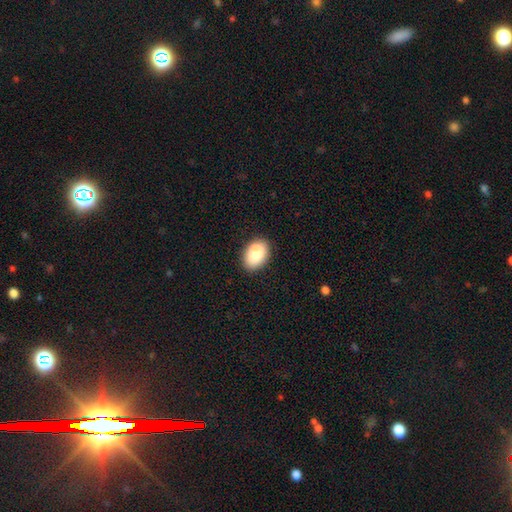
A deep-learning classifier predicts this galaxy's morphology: Smooth or featured? Predicted: smooth (p=0.84). How rounded? Predicted: in between (p=0.87). Merging? Predicted: none (p=0.76).